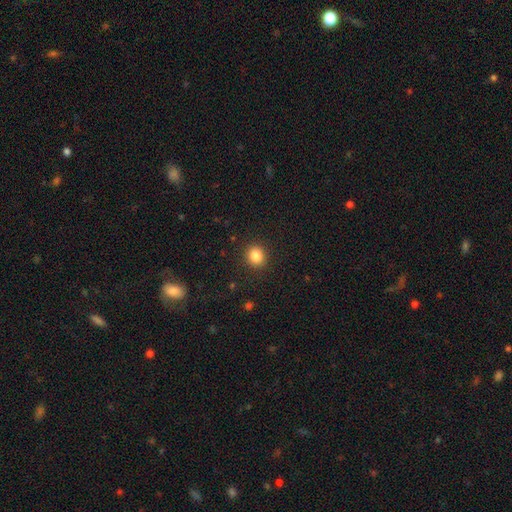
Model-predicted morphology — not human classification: Q: Smooth or featured?
A: smooth (85%); runner-up: star or artifact (11%)
Q: How rounded?
A: round (81%); runner-up: in between (18%)
Q: Merging?
A: none (91%); runner-up: minor disturbance (6%)